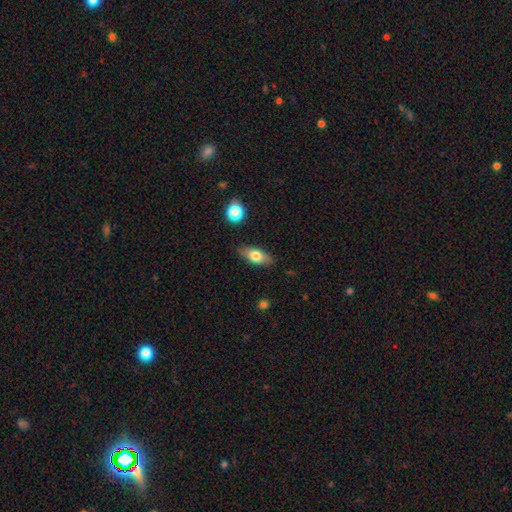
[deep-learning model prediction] smooth_or_featured: smooth (p=0.70) [alt: featured or disk p=0.23]
how_rounded: in between (p=0.80) [alt: cigar-shaped p=0.14]
merging: none (p=0.84) [alt: minor disturbance p=0.12]